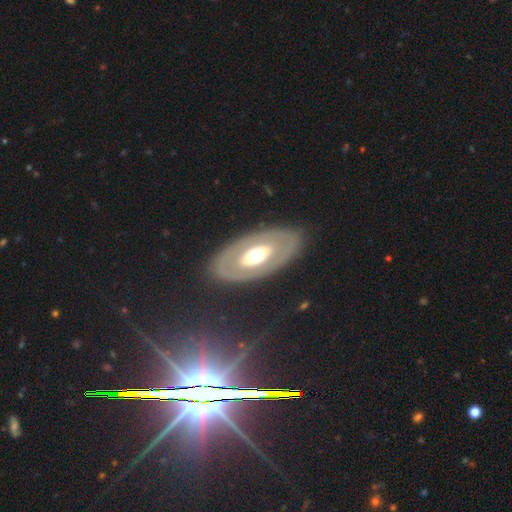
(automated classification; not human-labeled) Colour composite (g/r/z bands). It shows a featured or disk galaxy (59%) with no bar (82%), no spiral arms (90%) and a moderate central bulge (59%). Merging: none (82%).